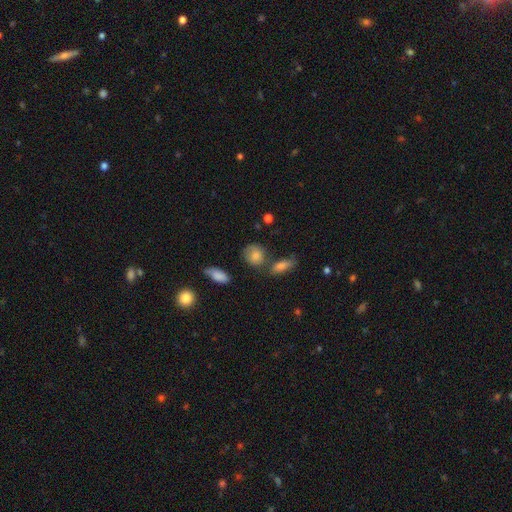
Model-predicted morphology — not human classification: smooth-or-featured: smooth: 75% | featured or disk: 15% | star or artifact: 10%
  how-rounded: round: 61% | in between: 36% | cigar-shaped: 3%
  merging: none: 56% | minor disturbance: 22% | merger: 13% | major disturbance: 9%